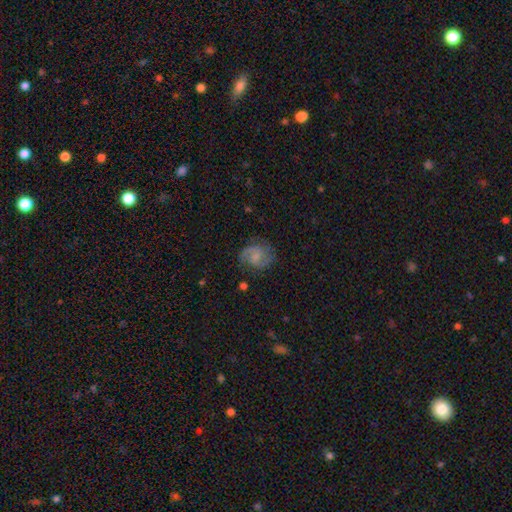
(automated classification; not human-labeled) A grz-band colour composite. It shows a featured or disk galaxy (65%) with no bar (46%, tied with weak), 2 (83%) medium (51%) spiral arms (92%) and a small central bulge (41%). Merging: none (71%).